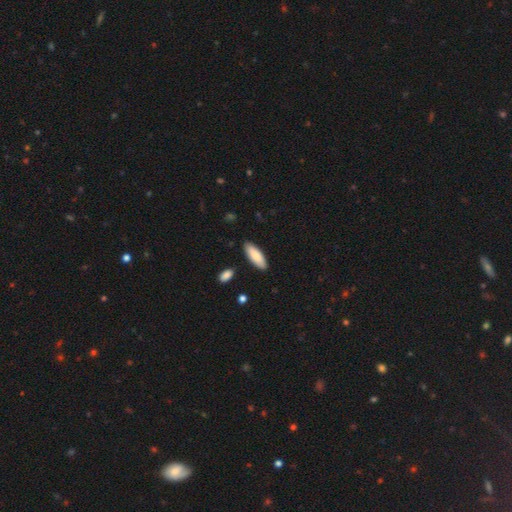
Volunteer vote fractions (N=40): Overall: smooth (90%). How rounded: in between (67%; cigar-shaped 33%). Merging: none (88%).